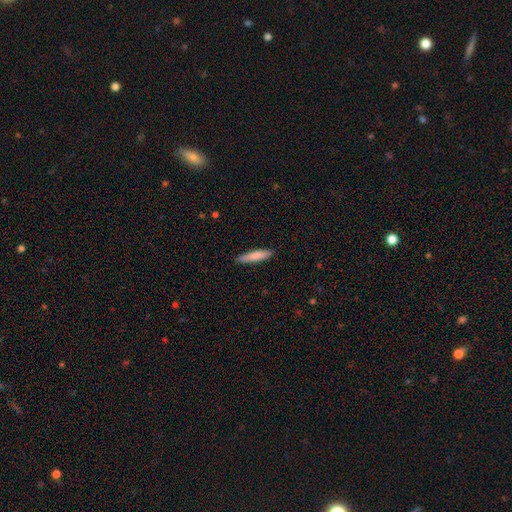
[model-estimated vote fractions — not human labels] The model was most divided on "smooth or featured": smooth: 81%, featured or disk: 14%, star or artifact: 6%. More confident: merging — none (88%); how rounded — cigar-shaped (87%).